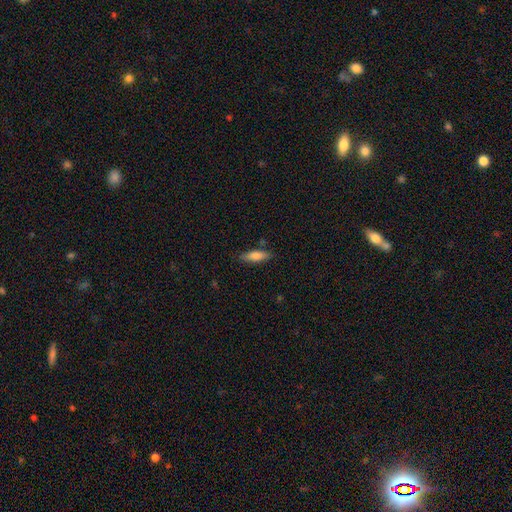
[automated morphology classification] This appears to be a smooth galaxy with no disk features (74%) that is cigar-shaped (57%). Merging: none (83%).